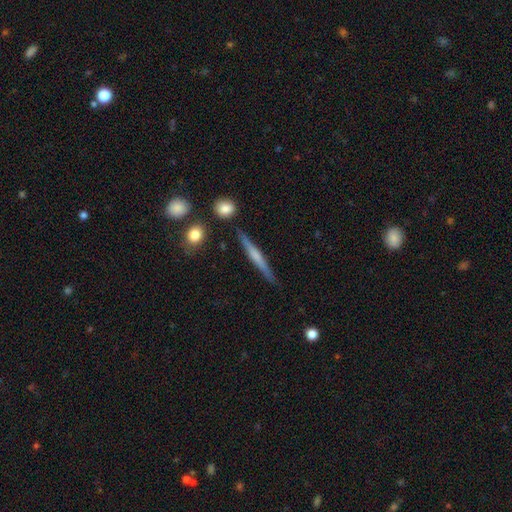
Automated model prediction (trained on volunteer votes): The model was most divided on "edge-on bulge": none: 45%, rounded: 37%, boxy: 18%. More confident: edge-on disk — yes (97%); merging — none (86%); smooth or featured — featured or disk (53%).